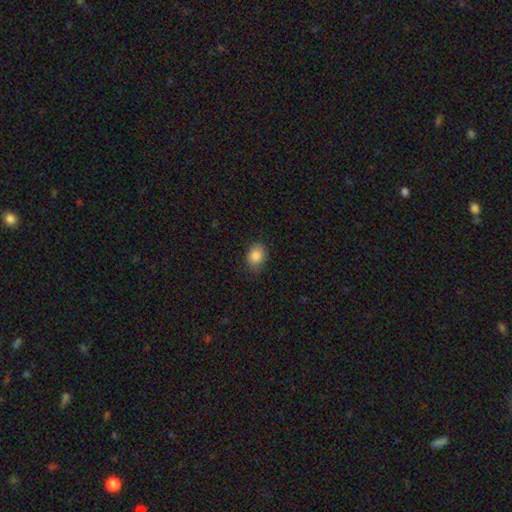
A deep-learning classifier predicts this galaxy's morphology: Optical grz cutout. It shows a smooth galaxy with no disk features (85%) that is in between round and cigar-shaped (61%). Merging: none (82%).